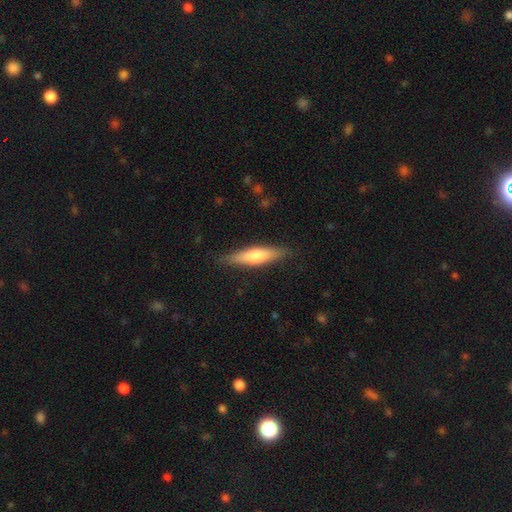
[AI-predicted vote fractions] Overall: smooth (57%; featured or disk 38%). How rounded: cigar-shaped (74%). Merging: none (85%).